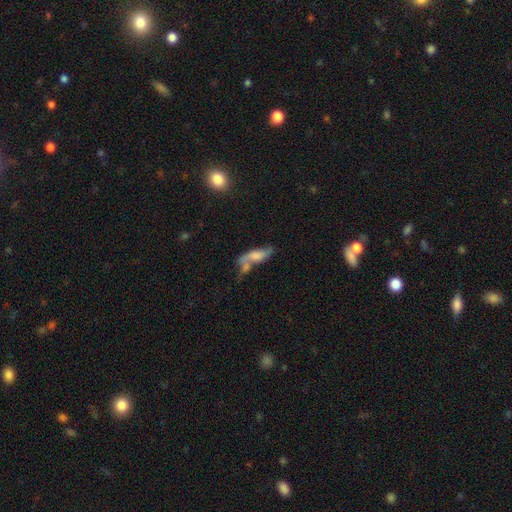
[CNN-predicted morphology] Q: Smooth or featured?
A: smooth (49%); runner-up: featured or disk (41%)
Q: Merging?
A: merger (39%); runner-up: none (32%)